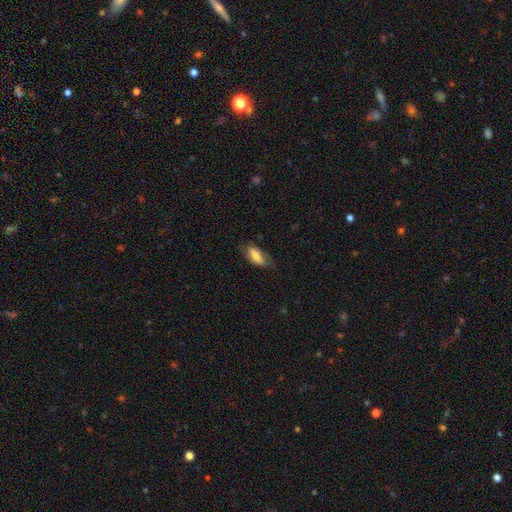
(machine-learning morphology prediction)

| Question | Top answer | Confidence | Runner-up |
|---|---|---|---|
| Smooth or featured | smooth | 71% | featured or disk (23%) |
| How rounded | in between | 80% | cigar-shaped (17%) |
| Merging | none | 65% | minor disturbance (25%) |